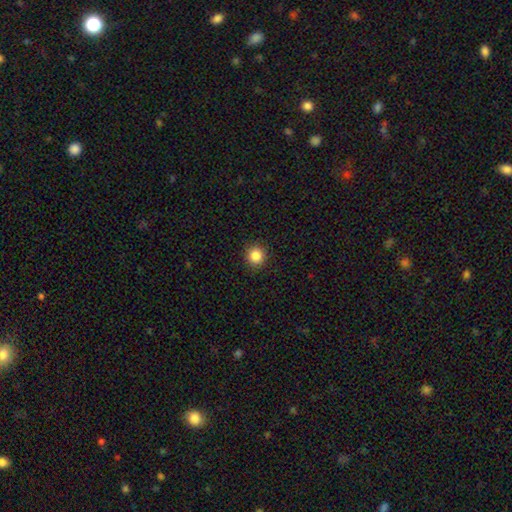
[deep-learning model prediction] This is clearly a smooth galaxy (85%). How rounded: clearly round (92%). Merging: clearly none (91%).